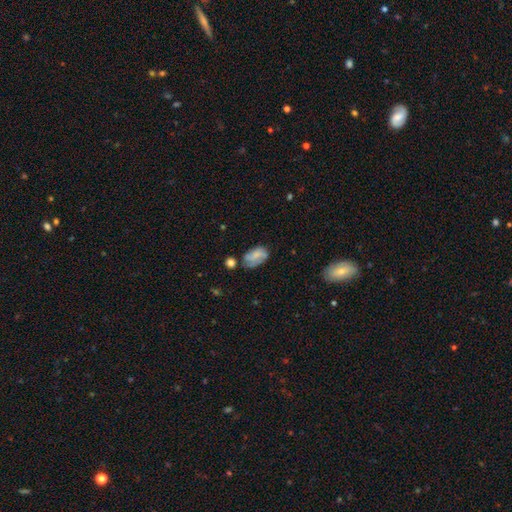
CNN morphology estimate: smooth-or-featured: smooth: 54% | featured or disk: 36% | star or artifact: 9%
  how-rounded: in between: 90% | round: 8% | cigar-shaped: 2%
  merging: none: 44% | minor disturbance: 30% | major disturbance: 16% | merger: 10%